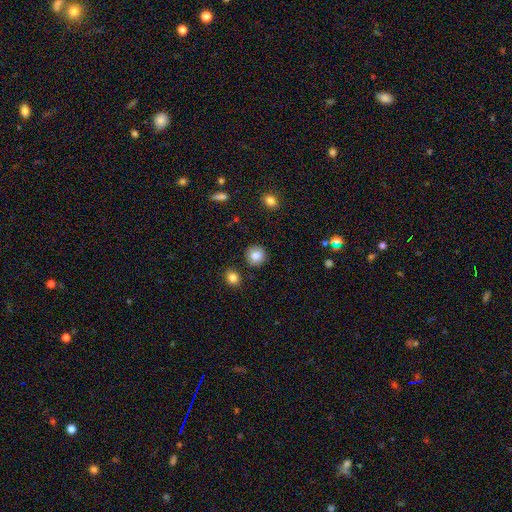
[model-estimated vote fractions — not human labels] Q: Smooth or featured?
A: smooth (85%); runner-up: star or artifact (9%)
Q: How rounded?
A: round (90%); runner-up: in between (9%)
Q: Merging?
A: none (87%); runner-up: minor disturbance (8%)